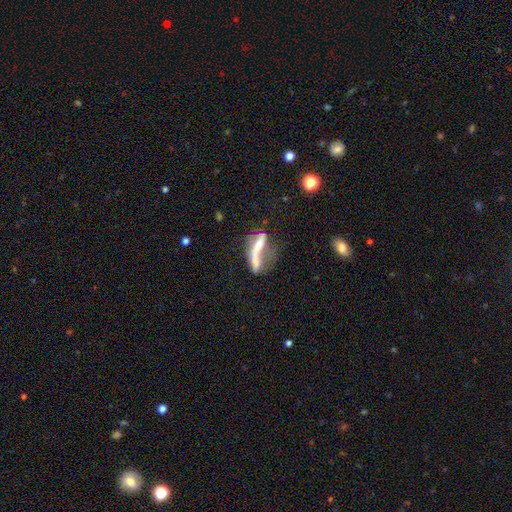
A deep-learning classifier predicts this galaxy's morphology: Smooth or featured? Predicted: featured or disk (p=0.49). Merging? Predicted: merger (p=0.45).